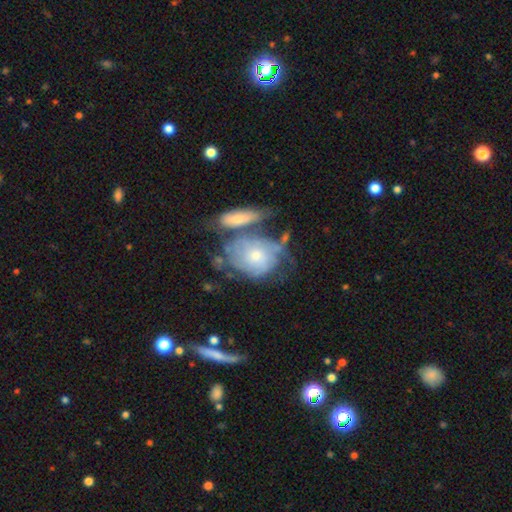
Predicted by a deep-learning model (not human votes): This appears to be a featured or disk galaxy (63%) with no bar (81%), spiral arms (73%) and a small central bulge (56%). Merging: merger (34%).